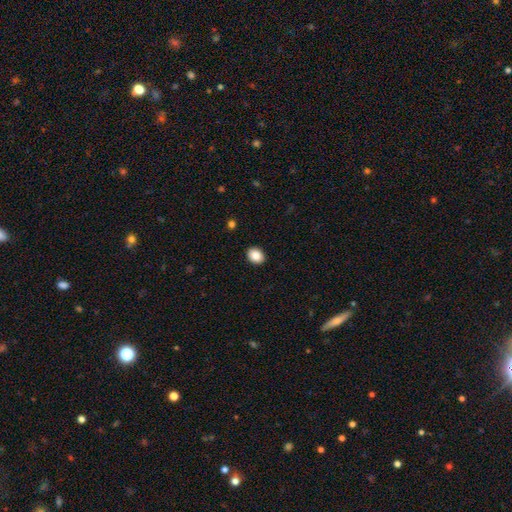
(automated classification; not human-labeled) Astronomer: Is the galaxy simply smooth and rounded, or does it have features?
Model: smooth — 86%.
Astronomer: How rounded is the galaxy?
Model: in between — 50% (runner-up: round, 49%).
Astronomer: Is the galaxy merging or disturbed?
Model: none — 91%.